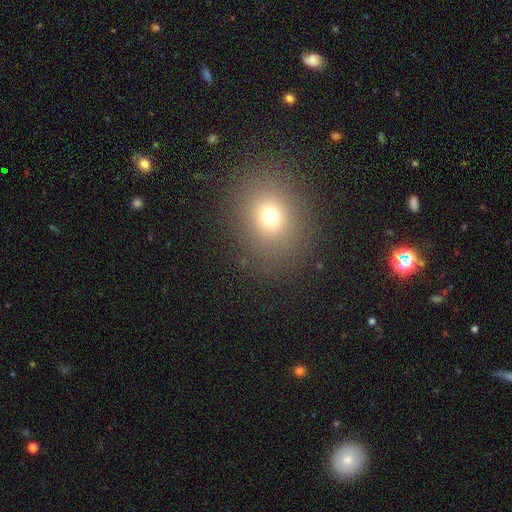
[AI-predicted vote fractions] Smooth or featured? Predicted: smooth (p=0.68). How rounded? Predicted: round (p=0.58). Merging? Predicted: none (p=0.88).